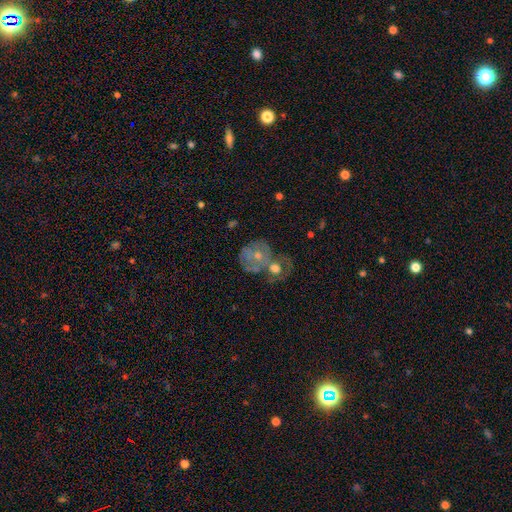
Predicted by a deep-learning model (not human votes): smooth_or_featured: featured or disk (p=0.49) [alt: smooth p=0.42]
merging: merger (p=0.54) [alt: none p=0.25]